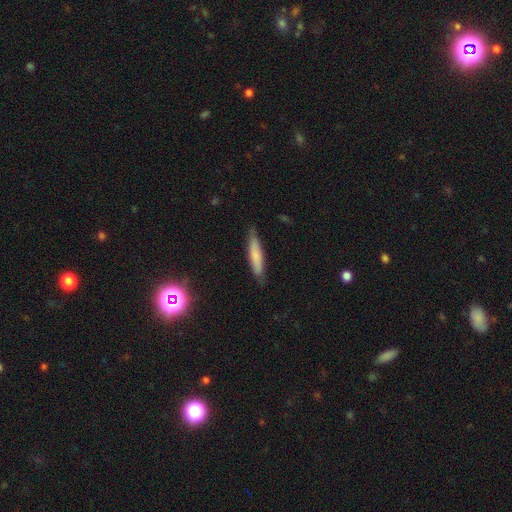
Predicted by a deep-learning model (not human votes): Overall: smooth (71%). How rounded: cigar-shaped (86%). Merging: none (82%).